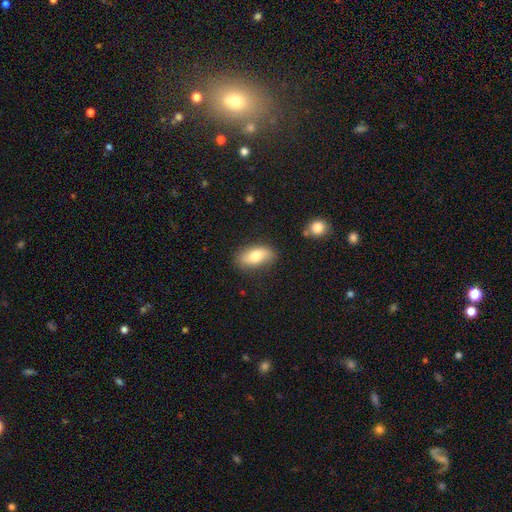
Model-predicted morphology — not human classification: type=smooth (73%); roundness=in between (90%); merging=none (82%).